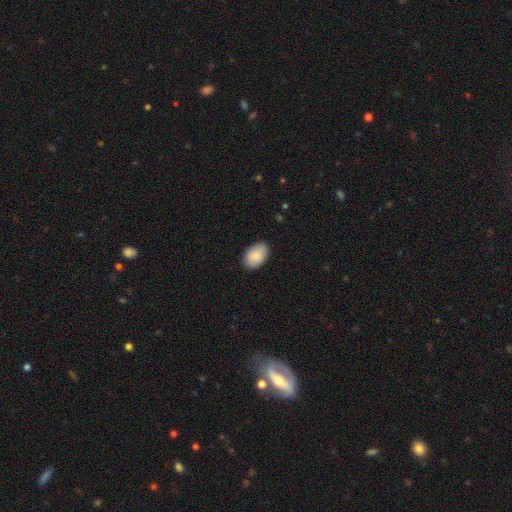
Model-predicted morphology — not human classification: smooth_or_featured: smooth (p=0.85) [alt: featured or disk p=0.09]
how_rounded: in between (p=0.90) [alt: round p=0.09]
merging: none (p=0.86) [alt: minor disturbance p=0.11]